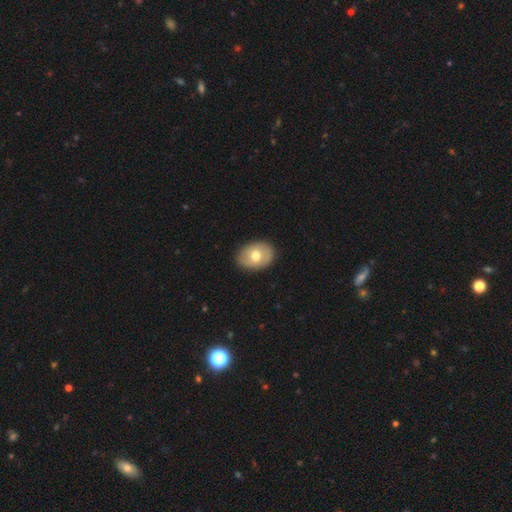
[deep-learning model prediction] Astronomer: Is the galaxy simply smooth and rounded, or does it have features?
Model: smooth — 65%.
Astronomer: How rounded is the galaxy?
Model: in between — 73%.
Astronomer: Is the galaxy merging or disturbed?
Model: none — 86%.